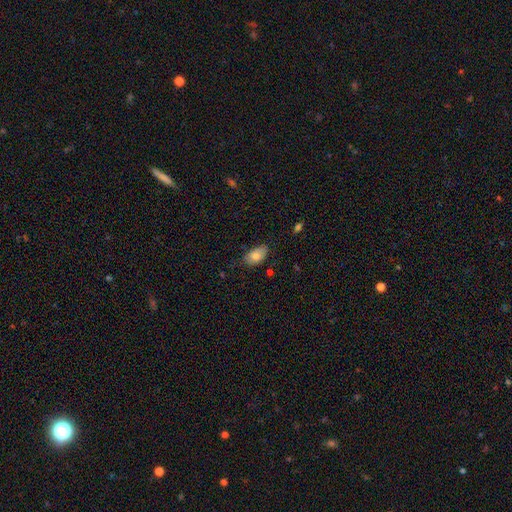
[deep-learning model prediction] Smooth or featured? smooth (80%)
How rounded? in between (93%)
Merging? none (69%)